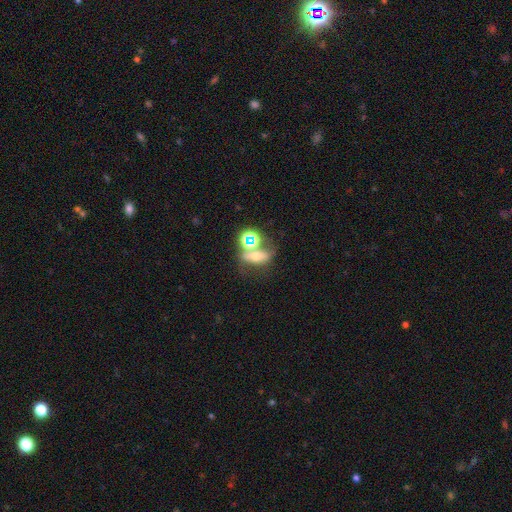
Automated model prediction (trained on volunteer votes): A smooth galaxy with no disk features (39%).

Vote fractions:
- Smooth or featured? smooth: 39% / featured or disk: 35% / star or artifact: 27%
- Merging? none: 37% / merger: 35% / minor disturbance: 14% / major disturbance: 13%